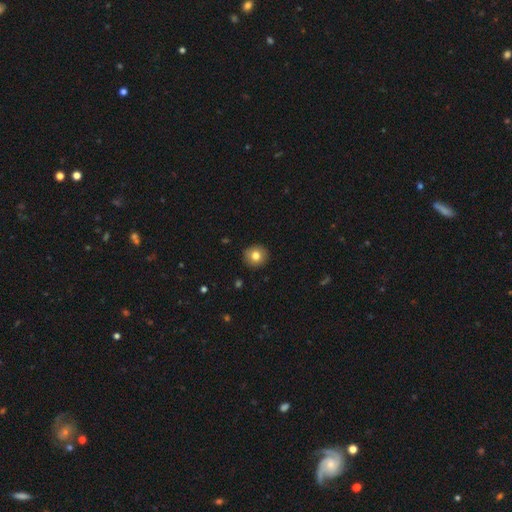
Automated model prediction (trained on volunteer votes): This appears to be a smooth galaxy with no disk features (79%) that is round (91%). Merging: none (90%).